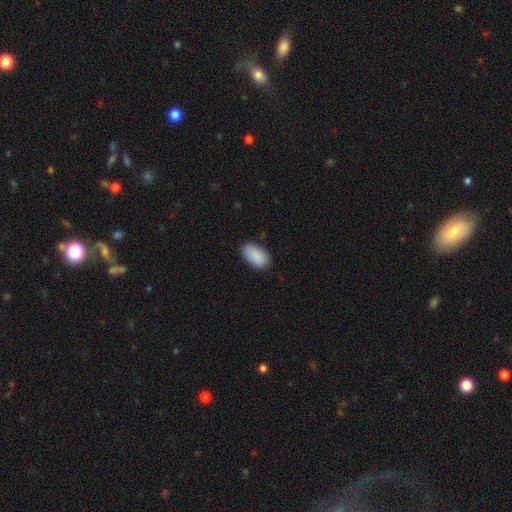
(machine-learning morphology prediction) smooth_or_featured: smooth (p=0.90) [alt: star or artifact p=0.06]
how_rounded: in between (p=0.94) [alt: round p=0.04]
merging: none (p=0.84) [alt: minor disturbance p=0.13]